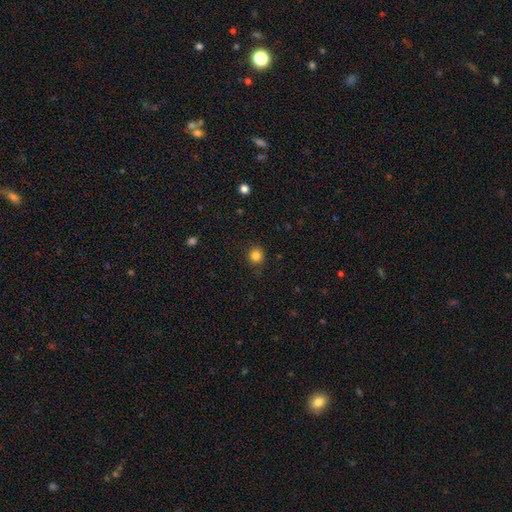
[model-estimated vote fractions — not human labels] Morphology: type=smooth (84%); roundness=round (93%); merging=none (87%).